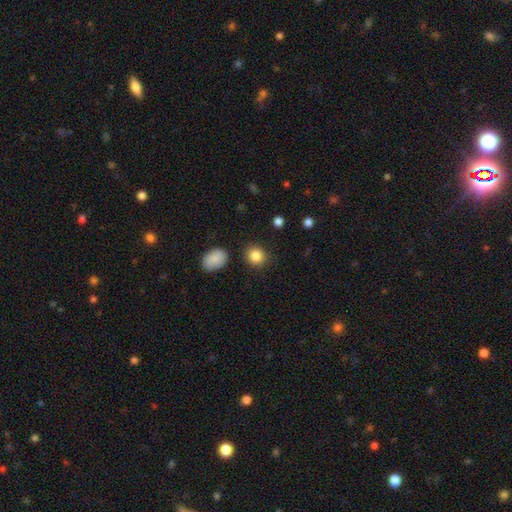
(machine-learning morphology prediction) type=smooth (86%); roundness=round (80%); merging=none (87%).